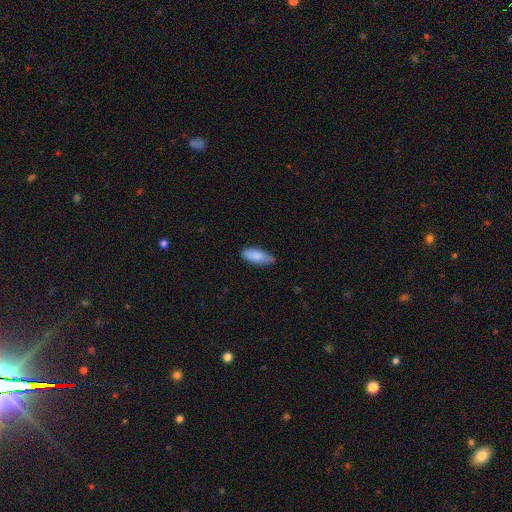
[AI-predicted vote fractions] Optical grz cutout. It shows a smooth galaxy with no disk features (85%) that is in between round and cigar-shaped (73%). Merging: none (71%).